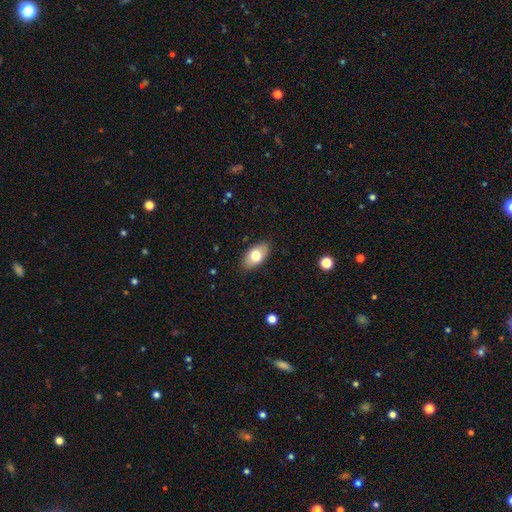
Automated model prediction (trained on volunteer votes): Q: Smooth or featured?
A: smooth (75%); runner-up: featured or disk (18%)
Q: How rounded?
A: in between (92%); runner-up: round (5%)
Q: Merging?
A: none (86%); runner-up: minor disturbance (10%)